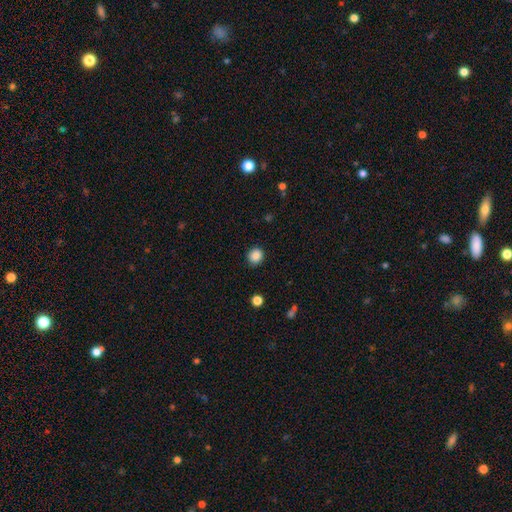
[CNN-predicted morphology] A smooth galaxy with no disk features (87%) that is round (85%).

Vote fractions:
- Smooth or featured? smooth: 87% / star or artifact: 10% / featured or disk: 3%
- How rounded? round: 85% / in between: 14% / cigar-shaped: 1%
- Merging? none: 87% / minor disturbance: 9% / major disturbance: 2% / merger: 1%